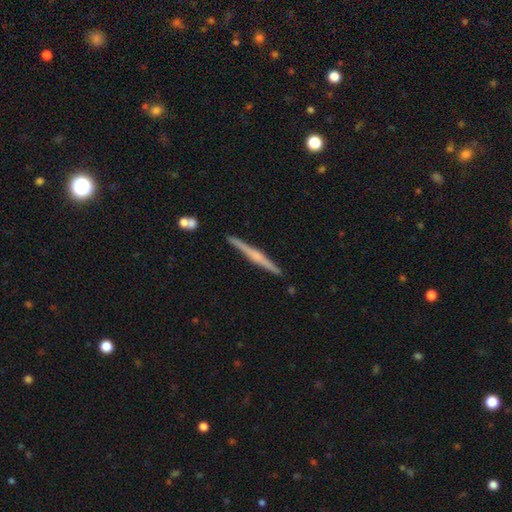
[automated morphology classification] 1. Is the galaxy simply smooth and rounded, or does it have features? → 67% featured or disk, 27% smooth, 6% star or artifact.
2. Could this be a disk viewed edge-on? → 98% yes, 2% no.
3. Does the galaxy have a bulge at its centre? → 56% rounded, 28% none, 16% boxy.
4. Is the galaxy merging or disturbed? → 91% none, 6% minor disturbance, 1% merger, 1% major disturbance.